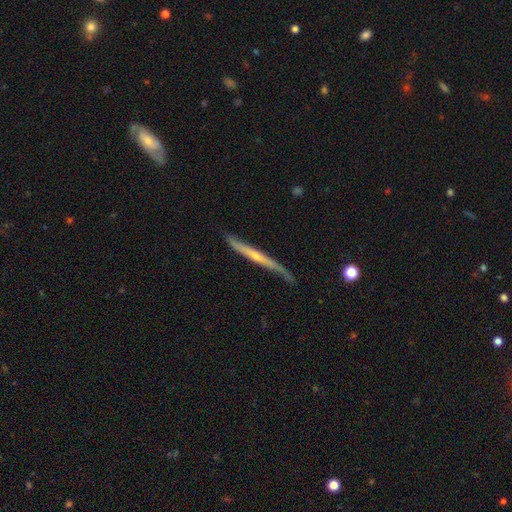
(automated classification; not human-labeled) Smooth or featured? Predicted: featured or disk (p=0.67). Edge-on disk? Predicted: yes (p=0.90). Edge-on bulge? Predicted: none (p=0.49). Merging? Predicted: none (p=0.60).